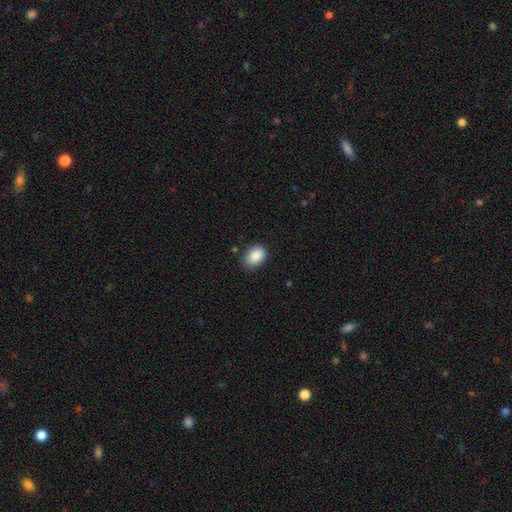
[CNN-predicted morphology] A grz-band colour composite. It shows a smooth galaxy with no disk features (86%) that is in between round and cigar-shaped (81%). Merging: none (80%).